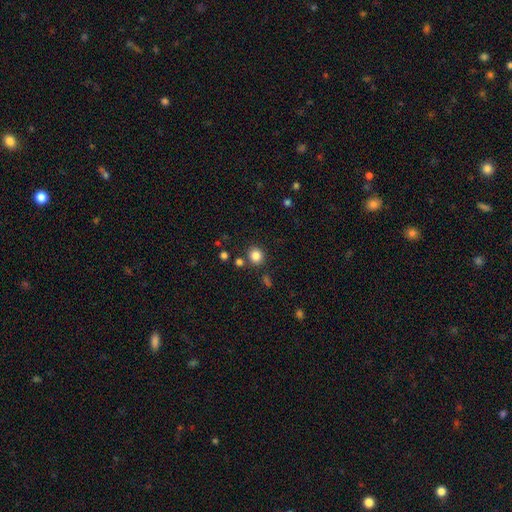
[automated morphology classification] This appears to be a smooth galaxy with no disk features (84%) that is round (84%). Merging: none (84%).